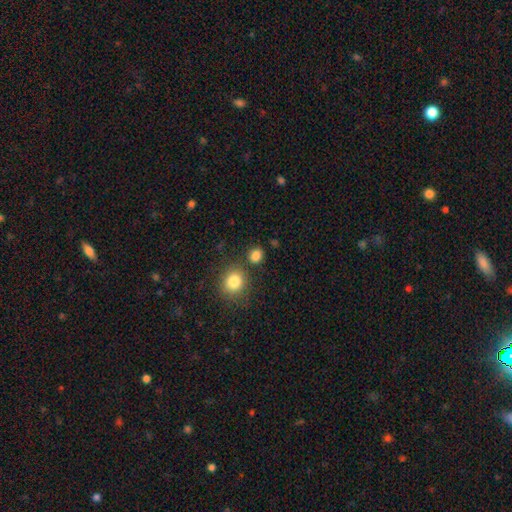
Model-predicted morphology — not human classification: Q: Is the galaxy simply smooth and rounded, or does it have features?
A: smooth — 84%.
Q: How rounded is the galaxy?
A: round — 75%.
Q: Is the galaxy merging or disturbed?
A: none — 80%.